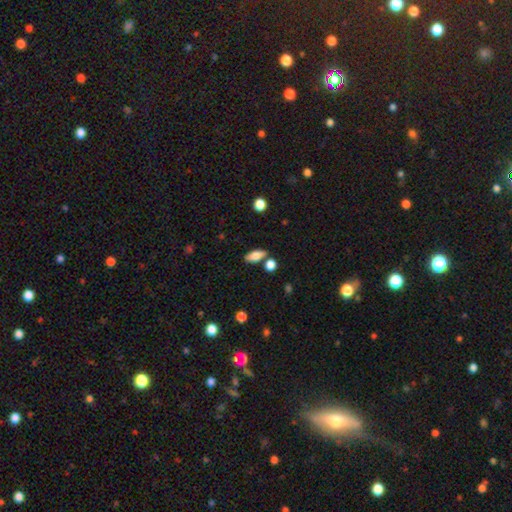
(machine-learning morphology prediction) Smooth or featured: smooth — 77% (featured or disk — 16%)
How rounded: in between — 81% (cigar-shaped — 15%)
Merging: none — 73% (minor disturbance — 12%)